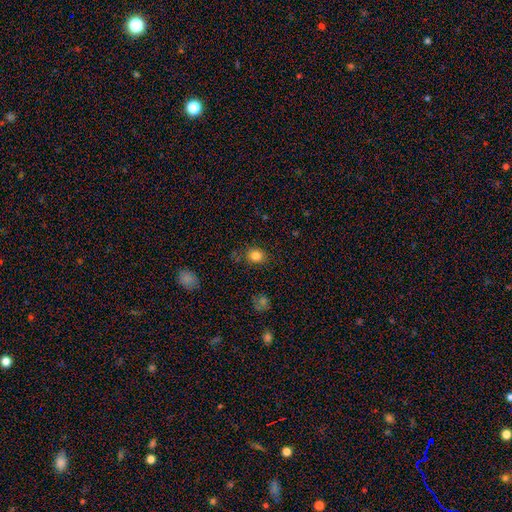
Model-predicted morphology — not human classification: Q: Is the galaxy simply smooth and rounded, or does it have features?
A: smooth — 83%.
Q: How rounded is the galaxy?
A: round — 65%.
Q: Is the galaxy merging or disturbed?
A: none — 81%.